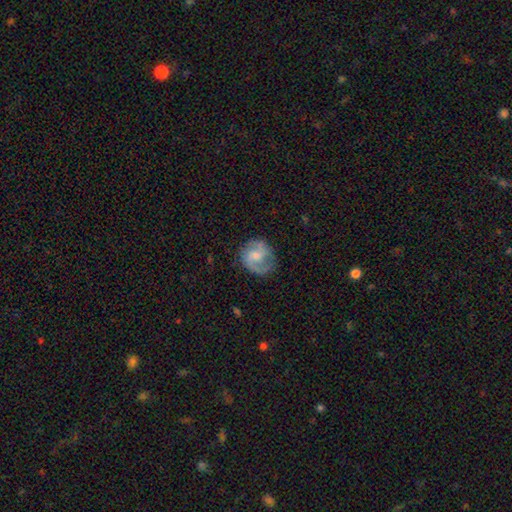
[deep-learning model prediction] featured or disk 66%, smooth 28%, star or artifact 7%. Down the decision tree: edge-on disk — no (98%); bar — no (46%); spiral arms — yes (89%); spiral arm count — 2 (77%); spiral winding — medium (48%); bulge size — small (43%); merging — none (71%).